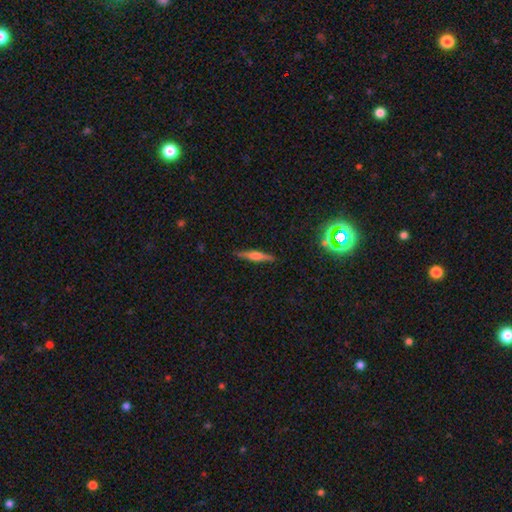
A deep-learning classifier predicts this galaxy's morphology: Q: Smooth or featured?
A: featured or disk (50%); runner-up: smooth (41%)
Q: Merging?
A: none (88%); runner-up: minor disturbance (9%)